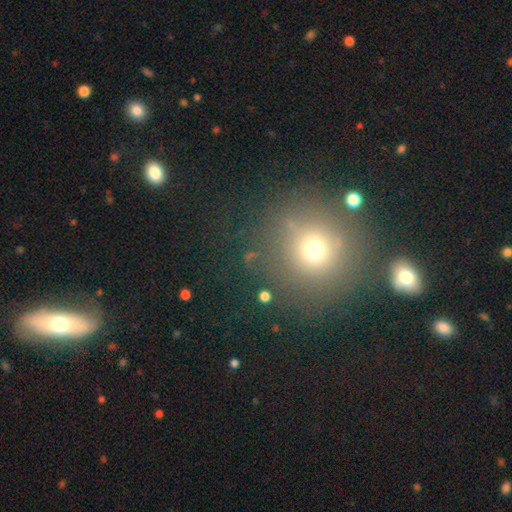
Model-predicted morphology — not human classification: type=smooth (58%); roundness=round (91%); merging=none (80%).